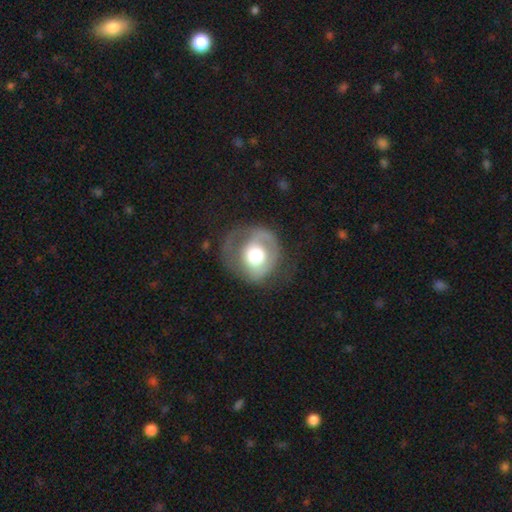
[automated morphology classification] This appears to be a featured or disk galaxy (48%). Merging: none (43%).